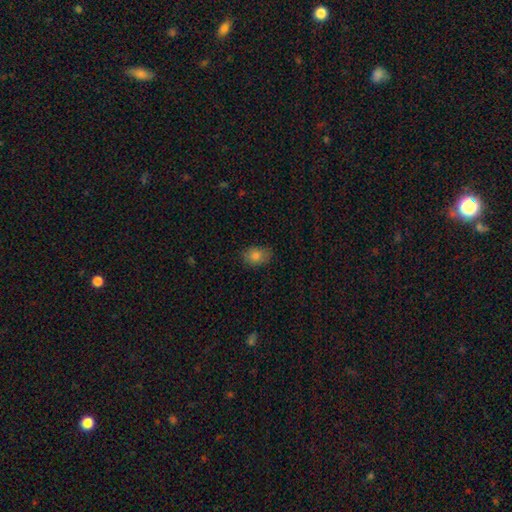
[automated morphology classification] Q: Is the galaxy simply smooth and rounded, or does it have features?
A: smooth — 81%.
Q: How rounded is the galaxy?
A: in between — 67%.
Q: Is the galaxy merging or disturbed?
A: none — 79%.